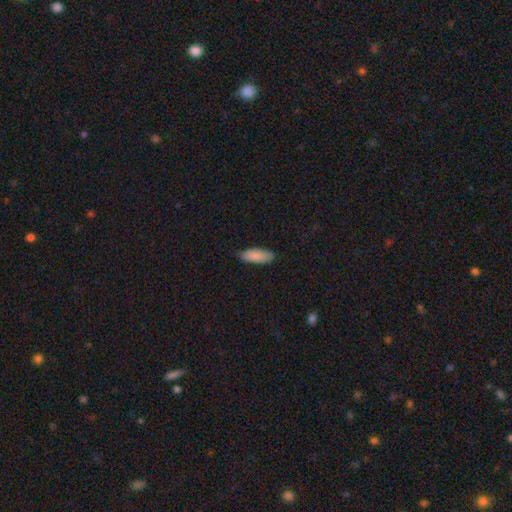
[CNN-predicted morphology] Q: Smooth or featured?
A: smooth (87%); runner-up: featured or disk (7%)
Q: How rounded?
A: in between (66%); runner-up: cigar-shaped (33%)
Q: Merging?
A: none (80%); runner-up: minor disturbance (17%)